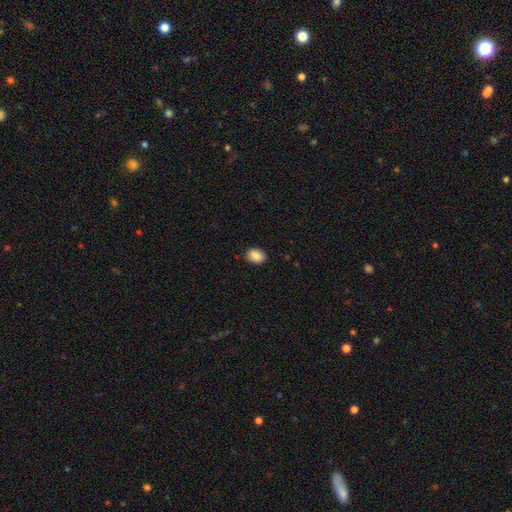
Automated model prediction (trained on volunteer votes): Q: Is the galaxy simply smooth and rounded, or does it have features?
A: smooth — 89%.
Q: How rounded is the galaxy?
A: in between — 77%.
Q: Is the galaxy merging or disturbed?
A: none — 86%.